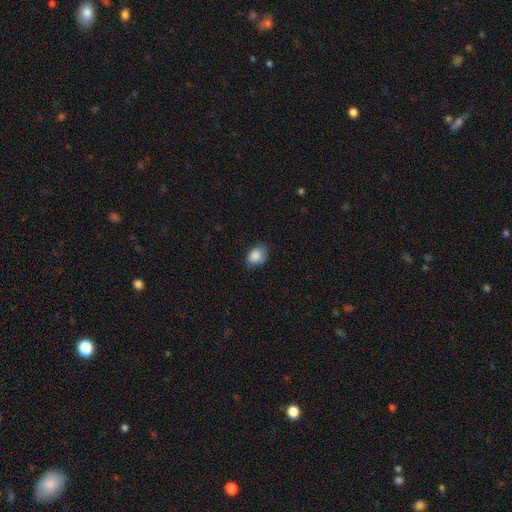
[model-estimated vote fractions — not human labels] smooth-or-featured: smooth: 86% | star or artifact: 8% | featured or disk: 6%
  how-rounded: in between: 56% | round: 43% | cigar-shaped: 1%
  merging: none: 64% | minor disturbance: 29% | major disturbance: 6% | merger: 1%